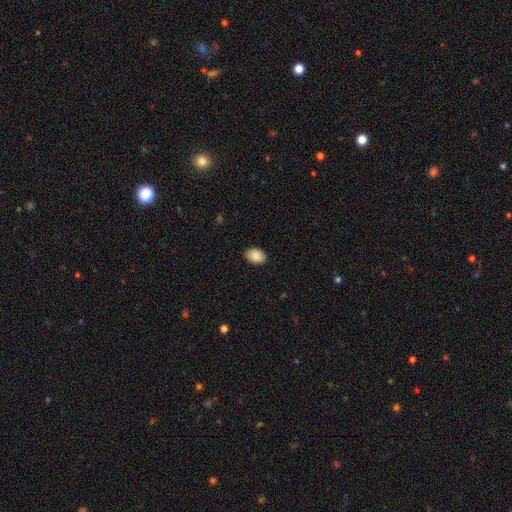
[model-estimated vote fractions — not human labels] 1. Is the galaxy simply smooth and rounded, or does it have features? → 89% smooth, 7% star or artifact, 4% featured or disk.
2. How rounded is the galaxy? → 82% in between, 17% round, 1% cigar-shaped.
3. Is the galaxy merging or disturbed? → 88% none, 9% minor disturbance, 2% major disturbance, 1% merger.